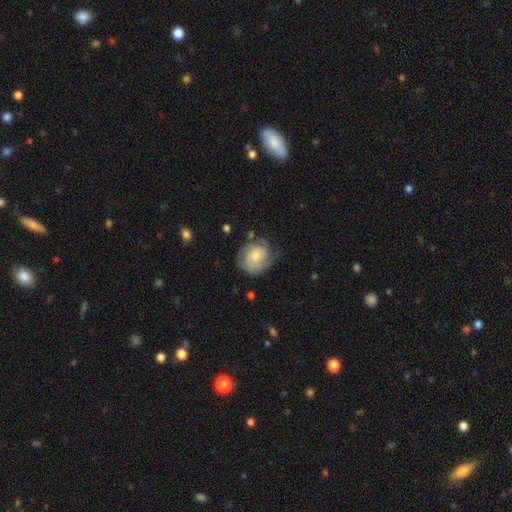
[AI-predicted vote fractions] This appears to be a featured or disk galaxy (68%) with no bar (72%), can't tell (35%, tied with 2) tight (60%) spiral arms (88%) and a moderate central bulge (55%). Merging: none (62%).